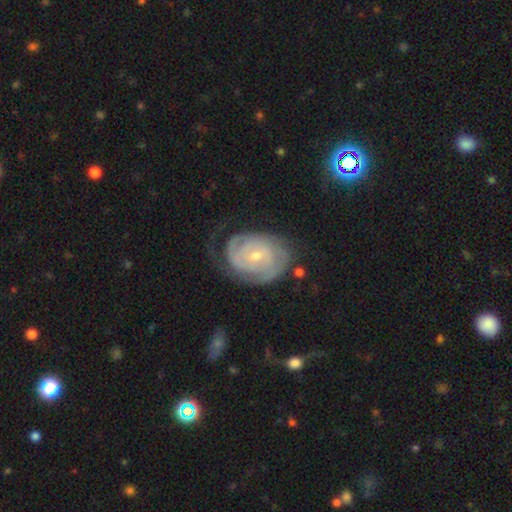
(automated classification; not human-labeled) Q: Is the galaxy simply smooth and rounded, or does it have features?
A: featured or disk — 87%.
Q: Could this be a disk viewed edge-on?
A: no — 97%.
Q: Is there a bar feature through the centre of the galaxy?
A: no — 59%.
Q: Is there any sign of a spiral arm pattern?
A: yes — 96%.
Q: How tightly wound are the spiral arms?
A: tight — 77%.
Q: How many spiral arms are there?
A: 2 — 37%.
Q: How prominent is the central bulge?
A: small — 65%.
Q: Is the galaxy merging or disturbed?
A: none — 66%.